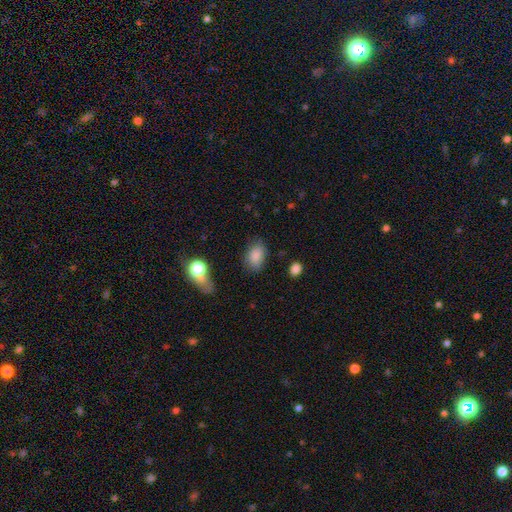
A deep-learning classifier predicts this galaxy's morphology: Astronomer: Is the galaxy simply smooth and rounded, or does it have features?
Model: smooth — 86%.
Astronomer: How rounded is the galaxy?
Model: in between — 85%.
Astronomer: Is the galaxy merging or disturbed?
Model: none — 71%.